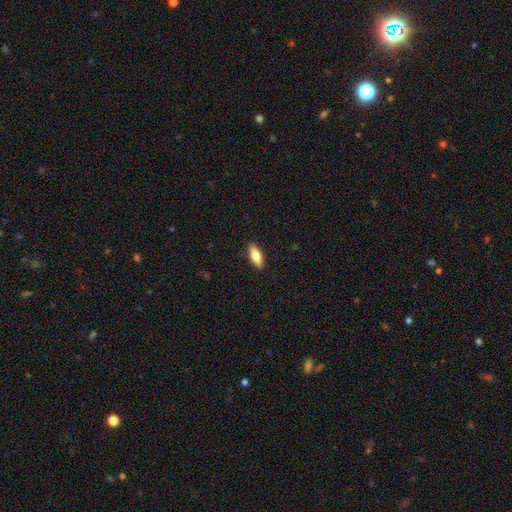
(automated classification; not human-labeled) A smooth galaxy with no disk features (75%) that is in between round and cigar-shaped (66%).

Vote fractions:
- Smooth or featured? smooth: 75% / featured or disk: 19% / star or artifact: 6%
- How rounded? in between: 66% / cigar-shaped: 32% / round: 2%
- Merging? none: 89% / minor disturbance: 8% / major disturbance: 2% / merger: 1%